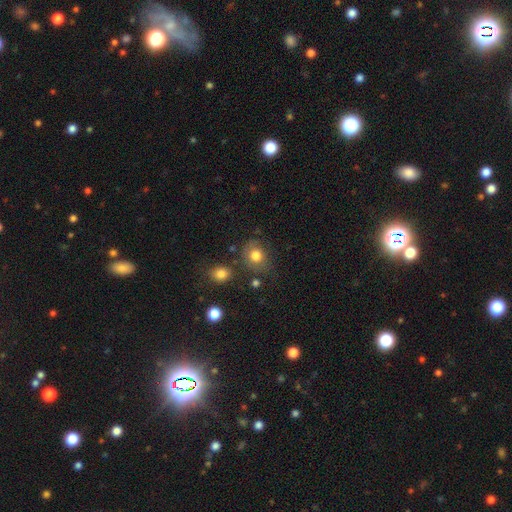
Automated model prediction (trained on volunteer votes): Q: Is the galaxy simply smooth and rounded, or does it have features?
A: smooth — 78%.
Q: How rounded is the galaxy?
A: round — 67%.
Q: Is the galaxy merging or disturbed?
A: none — 67%.